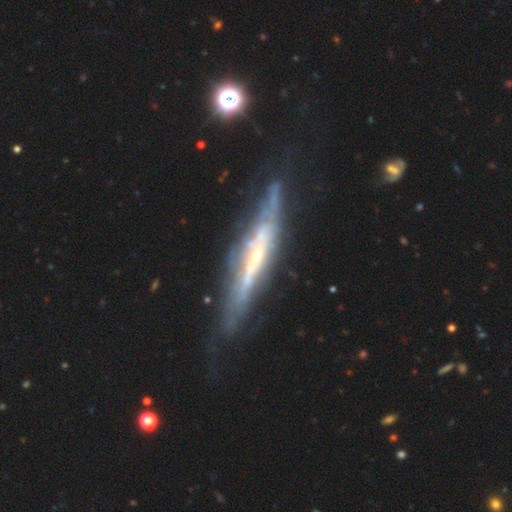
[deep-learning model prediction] featured or disk 81%, smooth 12%, star or artifact 7%. Down the decision tree: edge-on disk — yes (78%); edge-on bulge — none (47%); merging — none (65%).